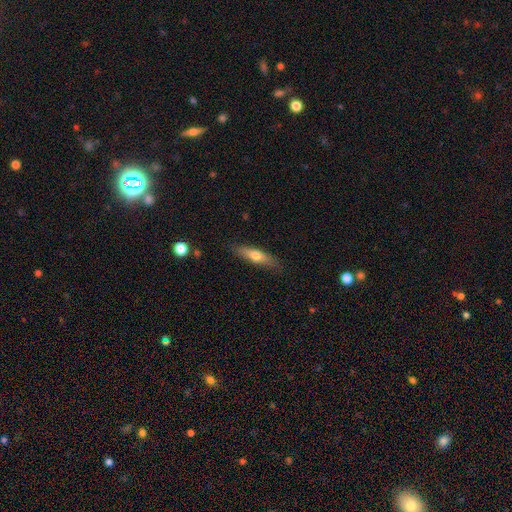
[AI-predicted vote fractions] Overall: smooth (61%; featured or disk 32%). How rounded: cigar-shaped (70%). Merging: none (83%).